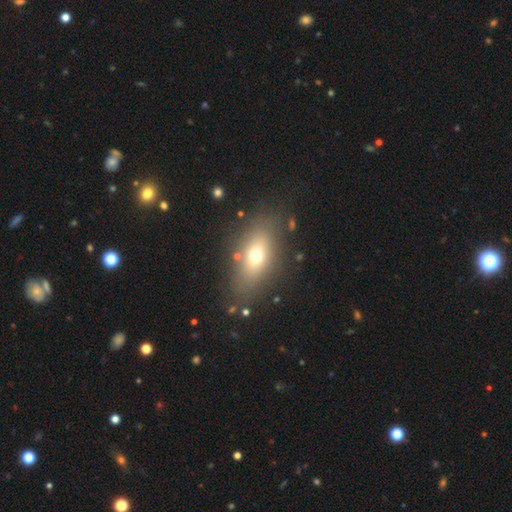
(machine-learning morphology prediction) Overall: smooth (64%). How rounded: in between (76%). Merging: none (80%).